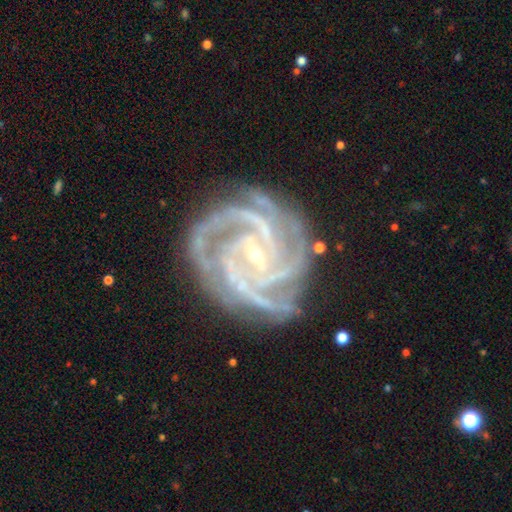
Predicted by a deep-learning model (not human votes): Smooth or featured?
  - featured or disk: 92% *
  - star or artifact: 5%
  - smooth: 2%
Edge-on disk?
  - no: 98% *
  - yes: 2%
Bar?
  - weak: 38% *
  - no: 36%
  - strong: 26%
Spiral arms?
  - yes: 99% *
  - no: 1%
Spiral winding?
  - tight: 66% *
  - medium: 31%
  - loose: 3%
Spiral arm count?
  - 3: 34% *
  - 4: 32%
  - 2: 10%
  - can't tell: 9%
  - more than 4: 9%
  - 1: 7%
Bulge size?
  - small: 83% *
  - moderate: 13%
  - none: 2%
  - large: 1%
  - dominant: 1%
Merging?
  - none: 76% *
  - minor disturbance: 17%
  - major disturbance: 5%
  - merger: 2%